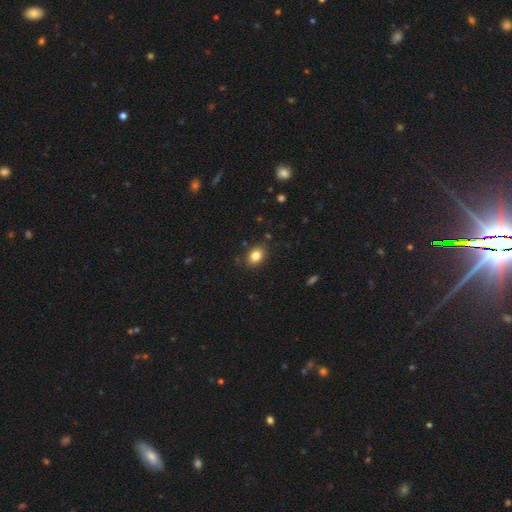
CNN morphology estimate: This appears to be a smooth galaxy with no disk features (83%) that is in between round and cigar-shaped (73%). Merging: none (85%).